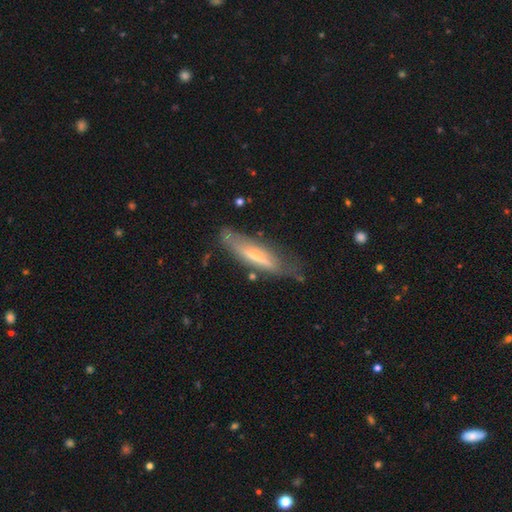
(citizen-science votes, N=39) Smooth or featured: featured or disk — 59% (smooth — 31%)
Edge-on disk: yes — 83% (no — 17%)
Edge-on bulge: none — 53% (rounded — 42%)
Merging: none — 86% (minor disturbance — 9%)